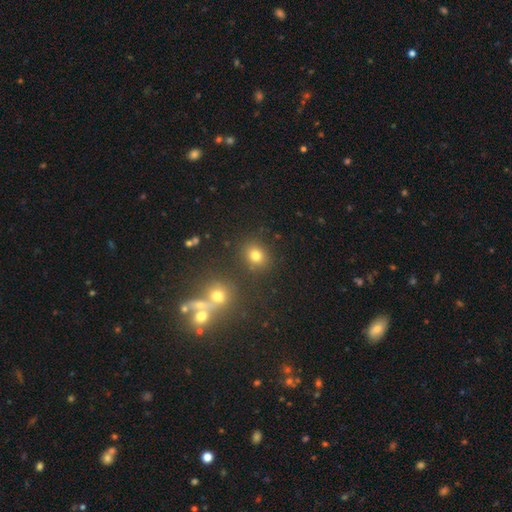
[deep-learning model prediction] Smooth or featured?
  - smooth: 75% *
  - star or artifact: 18%
  - featured or disk: 7%
How rounded?
  - round: 70% *
  - in between: 29%
  - cigar-shaped: 1%
Merging?
  - none: 81% *
  - minor disturbance: 9%
  - merger: 7%
  - major disturbance: 3%